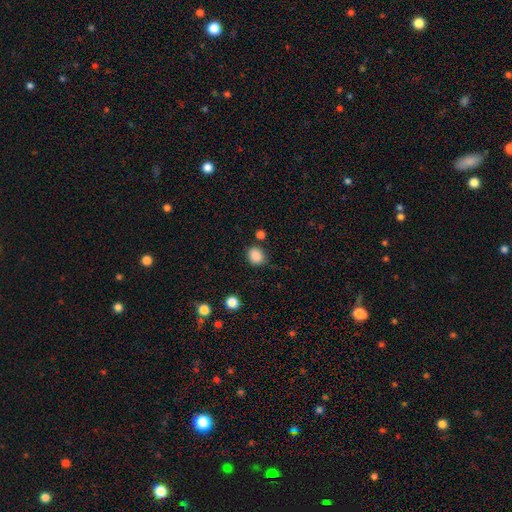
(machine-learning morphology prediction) Smooth or featured? Predicted: smooth (p=0.87). How rounded? Predicted: round (p=0.67). Merging? Predicted: none (p=0.76).